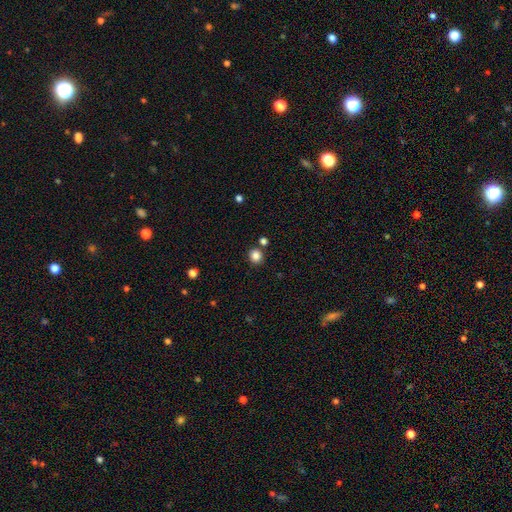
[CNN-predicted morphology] smooth-or-featured: smooth: 85% | star or artifact: 12% | featured or disk: 4%
  how-rounded: round: 86% | in between: 13% | cigar-shaped: 1%
  merging: none: 83% | minor disturbance: 7% | merger: 7% | major disturbance: 2%